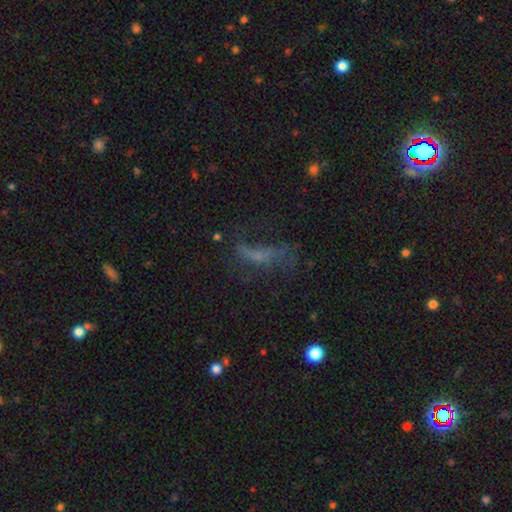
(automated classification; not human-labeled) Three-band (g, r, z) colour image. It shows a featured or disk galaxy (40%). Merging: major disturbance (40%).